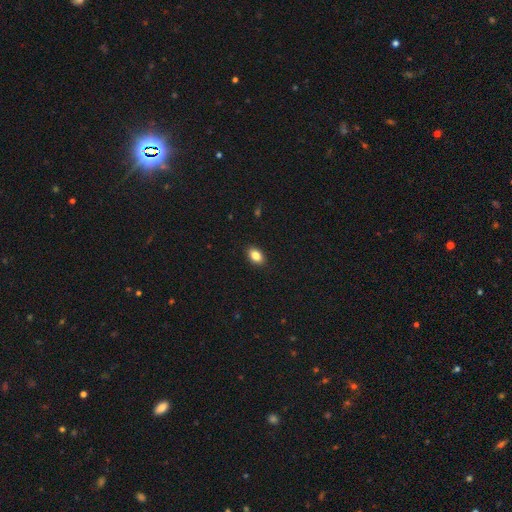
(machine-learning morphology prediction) A smooth galaxy with no disk features (84%) that is in between round and cigar-shaped (86%).

Vote fractions:
- Smooth or featured? smooth: 84% / star or artifact: 9% / featured or disk: 7%
- How rounded? in between: 86% / round: 12% / cigar-shaped: 2%
- Merging? none: 90% / minor disturbance: 7% / major disturbance: 2% / merger: 1%